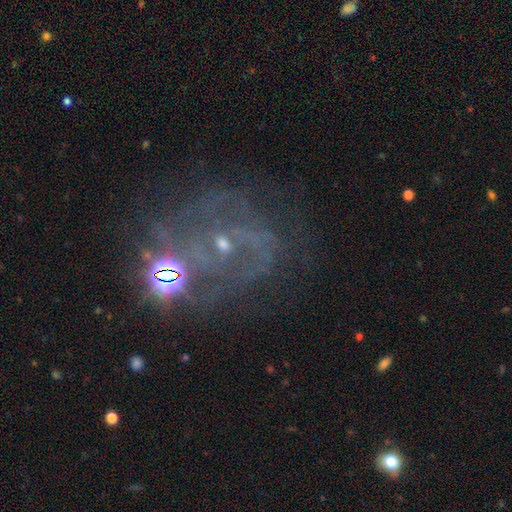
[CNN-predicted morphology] type=featured or disk (69%); edge-on=no (98%); bar=no (56%); spiral arms=yes (77%); winding=medium (42%); arm count=2 (38%); bulge=small (71%); merging=none (52%).